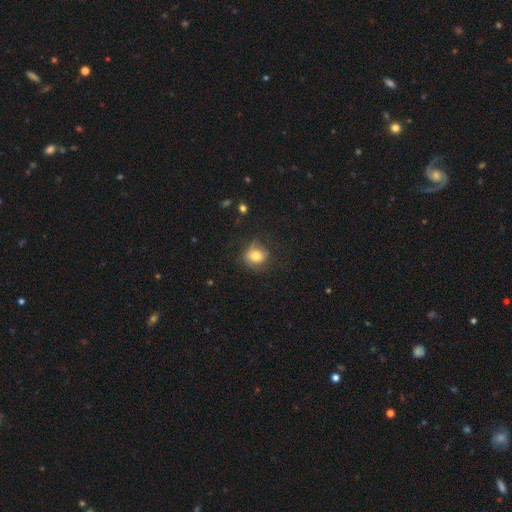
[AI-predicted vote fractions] The model was most divided on "merging": none: 60%, minor disturbance: 23%, major disturbance: 15%, merger: 2%. More confident: how rounded — round (73%); smooth or featured — smooth (68%).